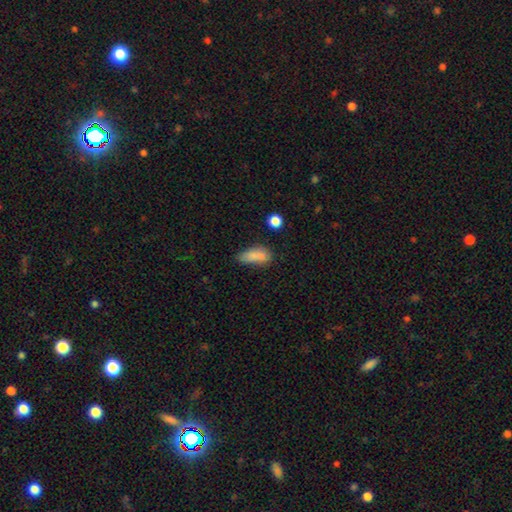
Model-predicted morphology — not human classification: The model was most divided on "merging": none: 53%, minor disturbance: 29%, major disturbance: 10%, merger: 8%. More confident: smooth or featured — smooth (82%); how rounded — in between (77%).